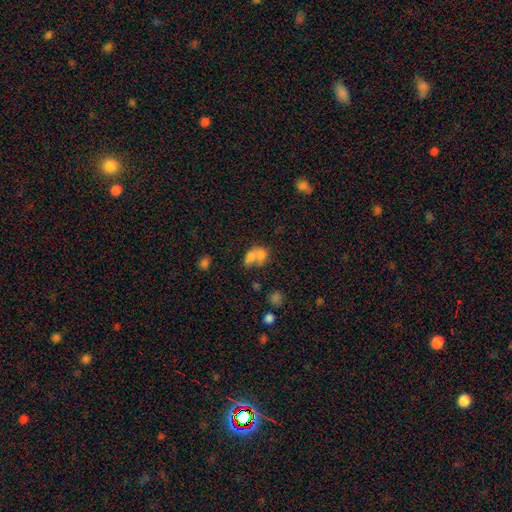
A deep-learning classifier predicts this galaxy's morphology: smooth 72%, featured or disk 17%, star or artifact 11%. Down the decision tree: how rounded — in between (67%); merging — merger (67%).